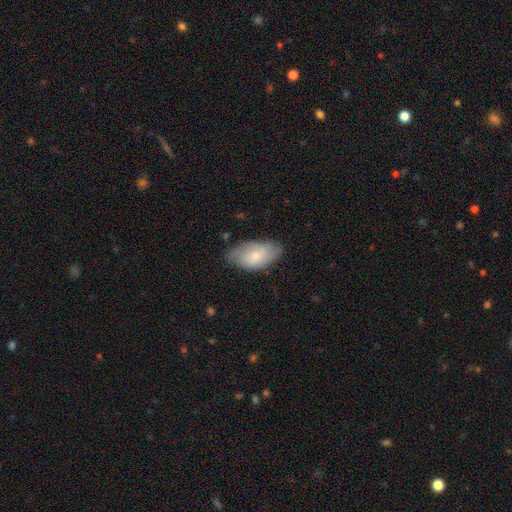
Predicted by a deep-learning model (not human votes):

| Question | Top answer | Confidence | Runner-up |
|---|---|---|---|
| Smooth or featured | smooth | 50% | featured or disk (44%) |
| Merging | none | 70% | minor disturbance (24%) |